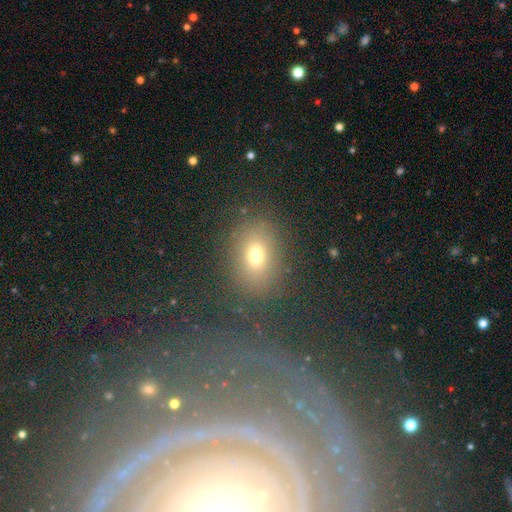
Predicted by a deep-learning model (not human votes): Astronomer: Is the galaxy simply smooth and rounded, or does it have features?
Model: smooth — 69%.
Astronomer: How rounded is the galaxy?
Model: in between — 64%.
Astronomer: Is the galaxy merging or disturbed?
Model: none — 80%.